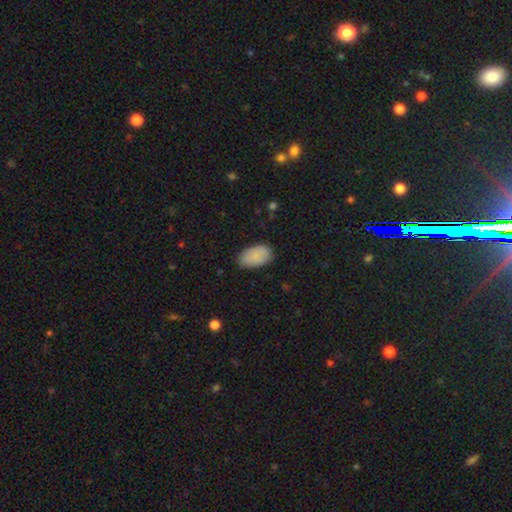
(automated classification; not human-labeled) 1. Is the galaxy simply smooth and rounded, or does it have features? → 88% smooth, 7% star or artifact, 6% featured or disk.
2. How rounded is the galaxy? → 94% in between, 4% round, 1% cigar-shaped.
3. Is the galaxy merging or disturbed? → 83% none, 13% minor disturbance, 3% major disturbance, 1% merger.